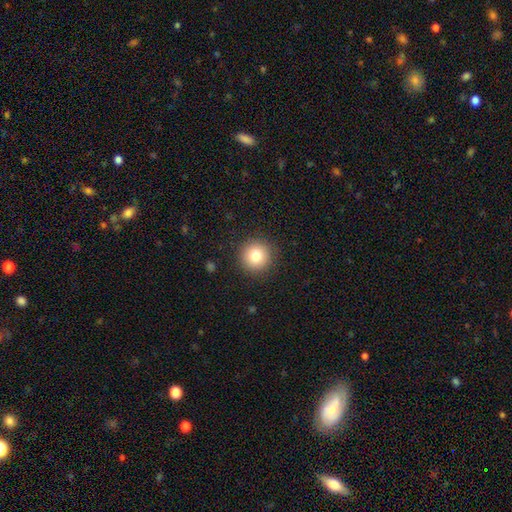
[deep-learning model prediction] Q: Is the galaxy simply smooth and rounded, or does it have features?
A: smooth — 80%.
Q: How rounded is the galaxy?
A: round — 95%.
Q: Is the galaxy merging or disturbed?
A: none — 91%.